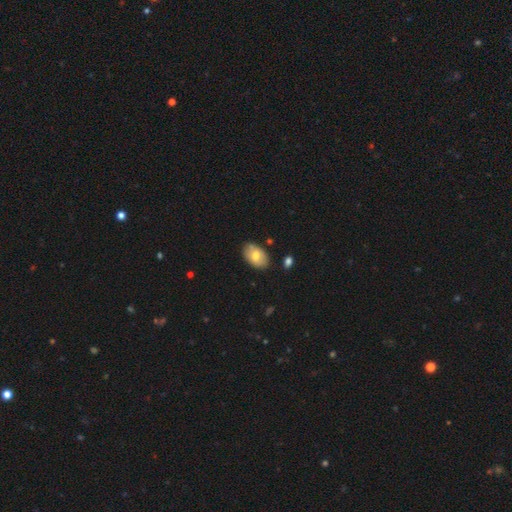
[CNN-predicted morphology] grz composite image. It shows a smooth galaxy with no disk features (69%) that is in between round and cigar-shaped (90%). Merging: none (81%).